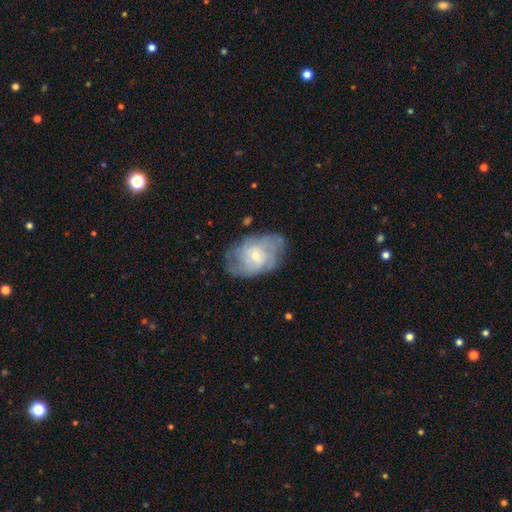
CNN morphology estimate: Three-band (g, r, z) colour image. It shows a featured or disk galaxy (66%) with no bar (63%), tight (47%) spiral arms (80%) and a small central bulge (67%). Merging: none (62%).